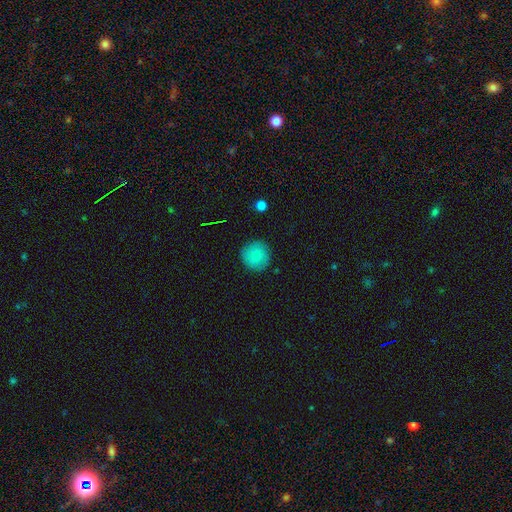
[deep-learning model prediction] Q: Smooth or featured?
A: smooth (83%); runner-up: featured or disk (9%)
Q: How rounded?
A: round (94%); runner-up: in between (5%)
Q: Merging?
A: none (88%); runner-up: minor disturbance (9%)